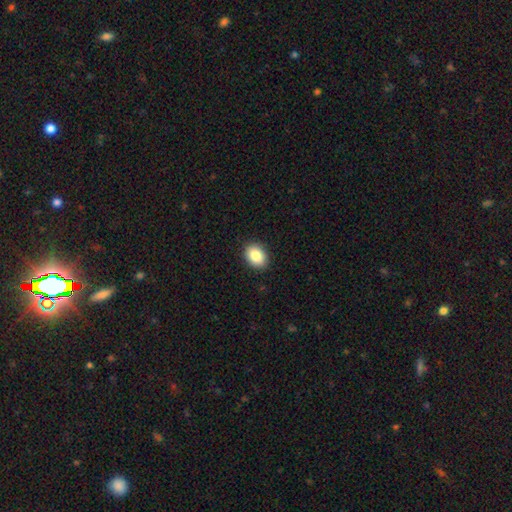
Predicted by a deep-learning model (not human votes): This appears to be a smooth galaxy with no disk features (87%) that is in between round and cigar-shaped (69%). Merging: none (90%).